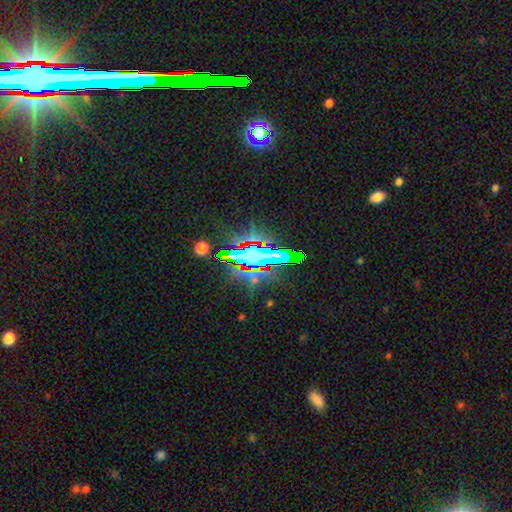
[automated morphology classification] This appears to be a star or artifact, not a galaxy (68%).